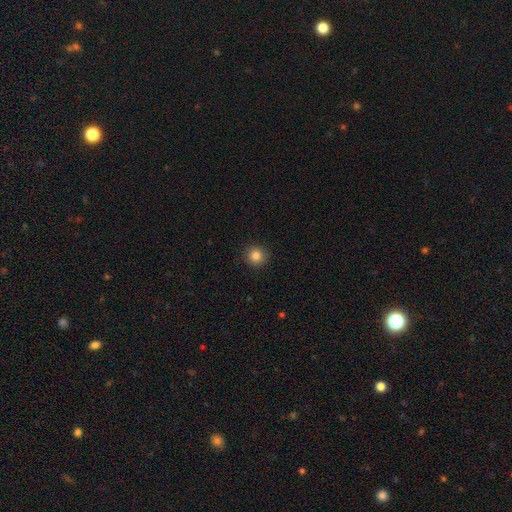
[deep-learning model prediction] Smooth or featured?
  - smooth: 84% *
  - star or artifact: 11%
  - featured or disk: 5%
How rounded?
  - round: 93% *
  - in between: 6%
  - cigar-shaped: 1%
Merging?
  - none: 91% *
  - minor disturbance: 6%
  - major disturbance: 2%
  - merger: 1%